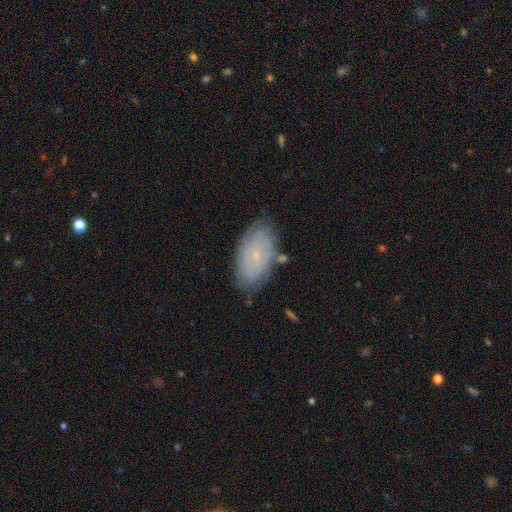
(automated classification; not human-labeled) A featured or disk galaxy (55%) with no bar (78%), spiral arms (75%) and a small central bulge (83%). Merging: none (75%).